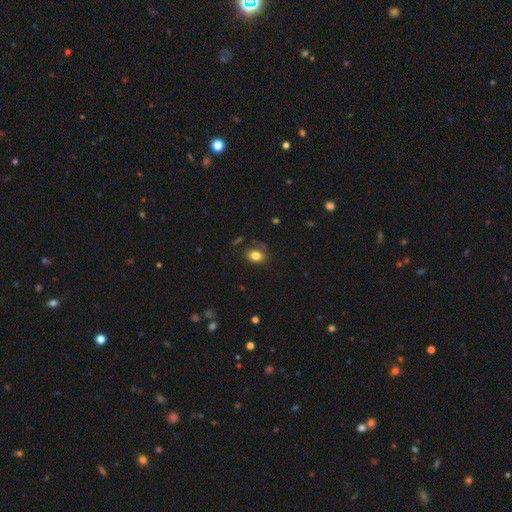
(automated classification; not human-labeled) smooth_or_featured: smooth (p=0.81) [alt: star or artifact p=0.10]
how_rounded: in between (p=0.78) [alt: round p=0.20]
merging: none (p=0.77) [alt: minor disturbance p=0.16]